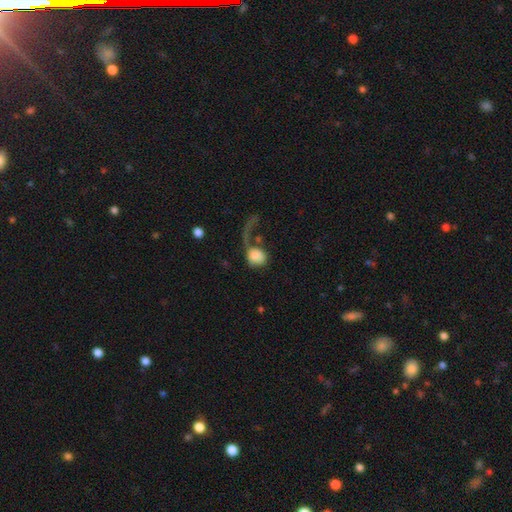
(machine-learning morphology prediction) Smooth or featured? Predicted: smooth (p=0.74). How rounded? Predicted: round (p=0.74). Merging? Predicted: major disturbance (p=0.49).